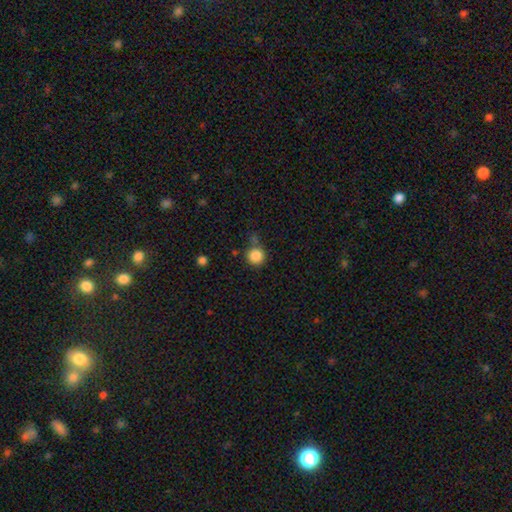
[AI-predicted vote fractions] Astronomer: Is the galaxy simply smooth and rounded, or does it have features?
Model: smooth — 86%.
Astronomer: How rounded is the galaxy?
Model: round — 93%.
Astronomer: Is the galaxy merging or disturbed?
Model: none — 66%.